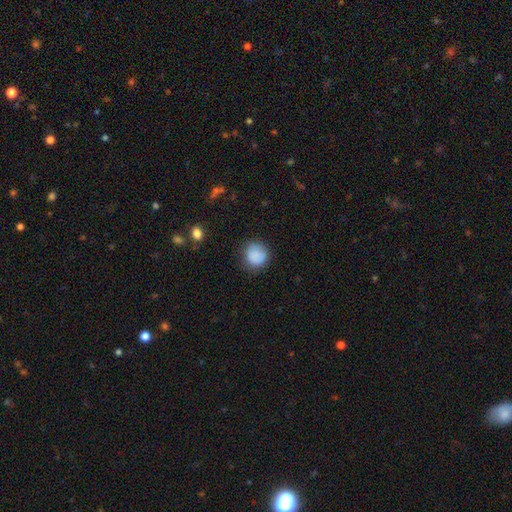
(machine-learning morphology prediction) type=smooth (87%); roundness=round (89%); merging=none (80%).